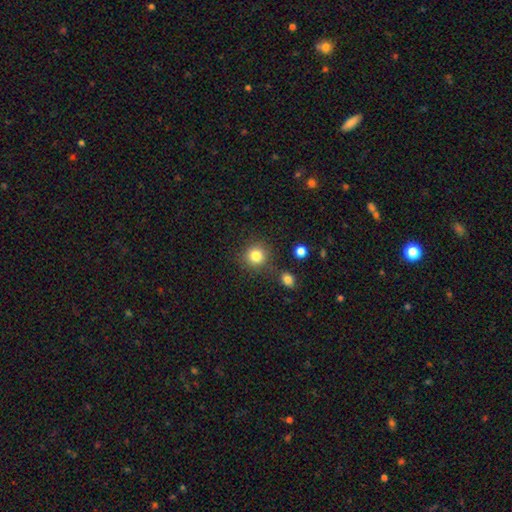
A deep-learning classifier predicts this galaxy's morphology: This appears to be a smooth galaxy with no disk features (83%) that is round (91%). Merging: none (82%).